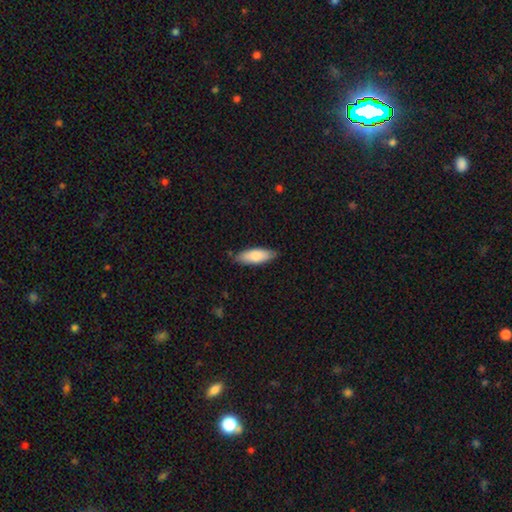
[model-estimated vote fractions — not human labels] Morphology: type=smooth (81%); roundness=in between (69%); merging=none (80%).